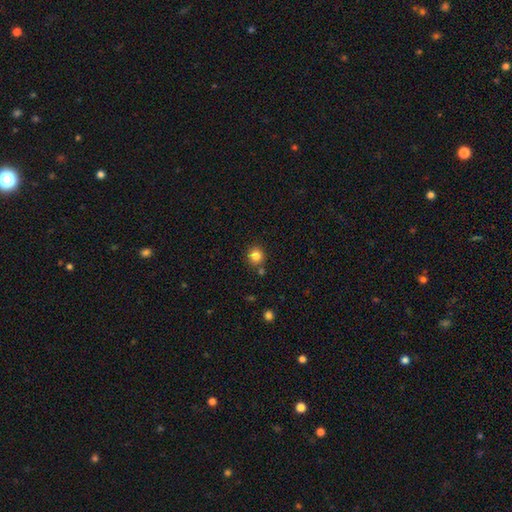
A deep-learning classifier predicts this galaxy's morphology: smooth_or_featured: smooth (p=0.83) [alt: star or artifact p=0.12]
how_rounded: round (p=0.91) [alt: in between p=0.08]
merging: none (p=0.81) [alt: minor disturbance p=0.08]